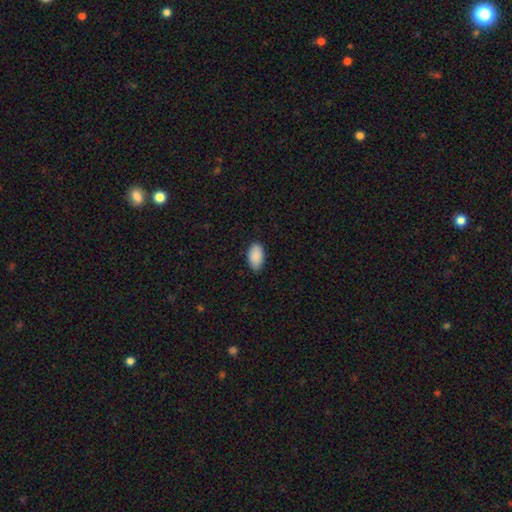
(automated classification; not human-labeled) Smooth or featured: smooth — 90% (star or artifact — 6%)
How rounded: in between — 95% (round — 4%)
Merging: none — 84% (minor disturbance — 13%)